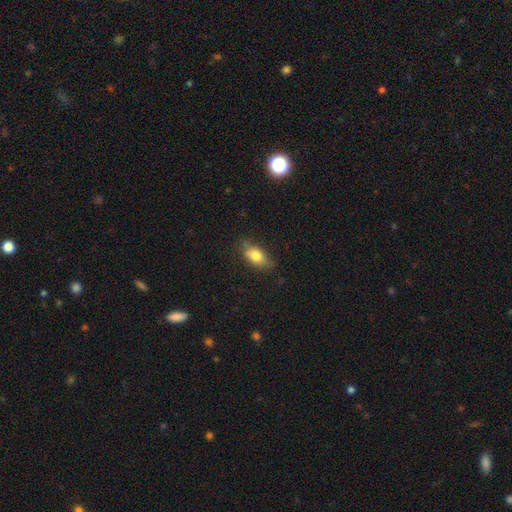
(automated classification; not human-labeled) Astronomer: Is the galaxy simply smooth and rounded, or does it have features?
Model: smooth — 78%.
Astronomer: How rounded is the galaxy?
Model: in between — 86%.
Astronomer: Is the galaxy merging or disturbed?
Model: none — 72%.